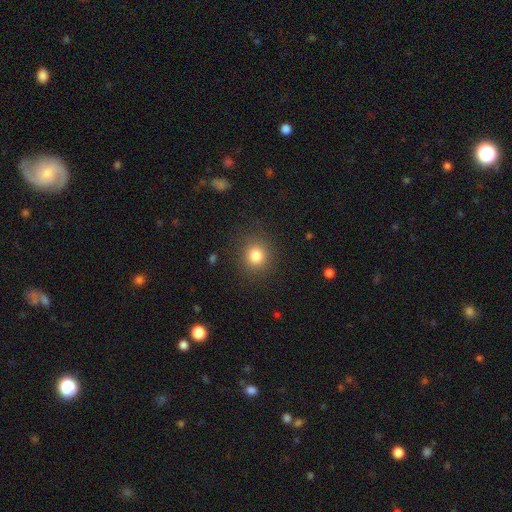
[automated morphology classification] Smooth or featured? Predicted: smooth (p=0.82). How rounded? Predicted: round (p=0.87). Merging? Predicted: none (p=0.87).